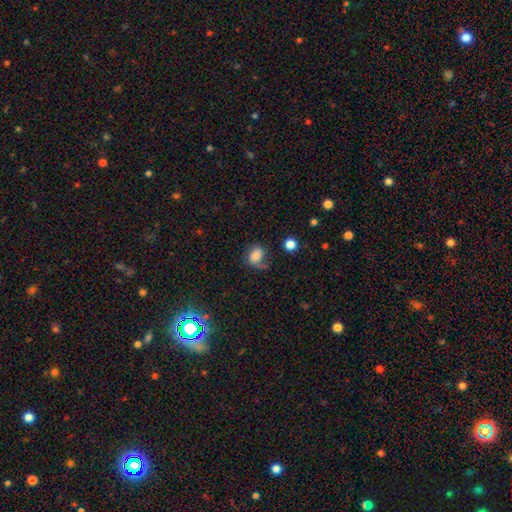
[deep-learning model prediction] Smooth or featured?
  - smooth: 68% *
  - featured or disk: 21%
  - star or artifact: 11%
How rounded?
  - in between: 64% *
  - round: 35%
  - cigar-shaped: 1%
Merging?
  - none: 46% *
  - minor disturbance: 26%
  - major disturbance: 23%
  - merger: 5%